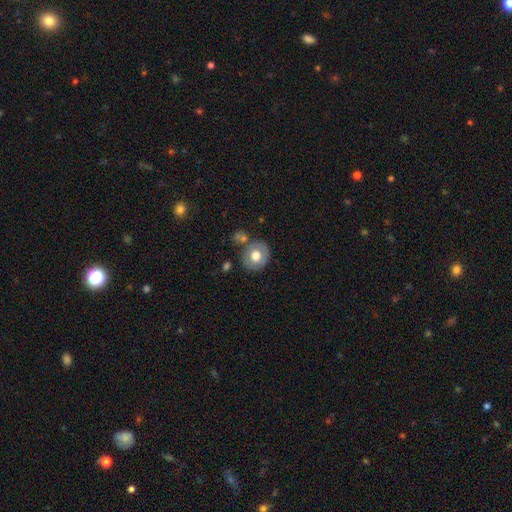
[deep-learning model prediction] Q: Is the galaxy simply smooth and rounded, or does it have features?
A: smooth — 63%.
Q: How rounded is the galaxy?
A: round — 74%.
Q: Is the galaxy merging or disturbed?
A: none — 67%.